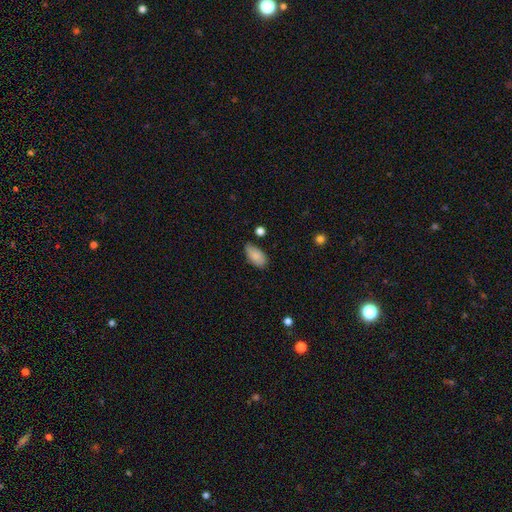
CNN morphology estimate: Q: Smooth or featured?
A: smooth (86%); runner-up: featured or disk (7%)
Q: How rounded?
A: in between (93%); runner-up: cigar-shaped (4%)
Q: Merging?
A: none (74%); runner-up: minor disturbance (20%)